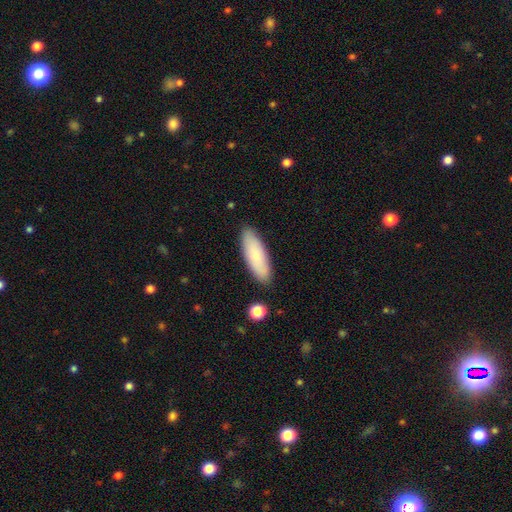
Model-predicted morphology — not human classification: Smooth or featured?
  - smooth: 78% *
  - featured or disk: 16%
  - star or artifact: 6%
How rounded?
  - in between: 62% *
  - cigar-shaped: 36%
  - round: 2%
Merging?
  - none: 87% *
  - minor disturbance: 10%
  - major disturbance: 2%
  - merger: 2%